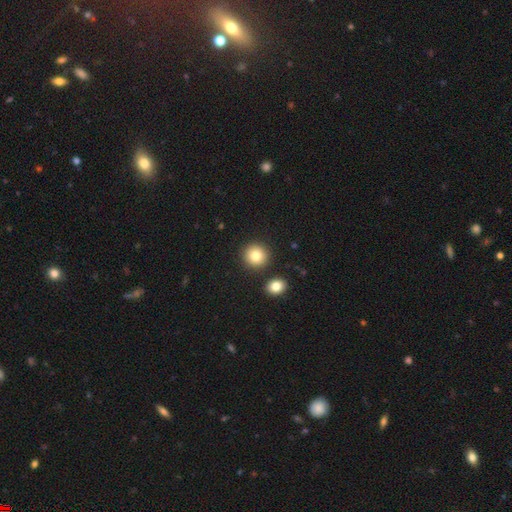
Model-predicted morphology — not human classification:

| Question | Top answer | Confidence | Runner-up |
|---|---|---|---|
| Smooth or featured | smooth | 83% | star or artifact (10%) |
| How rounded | round | 92% | in between (7%) |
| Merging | none | 87% | minor disturbance (6%) |